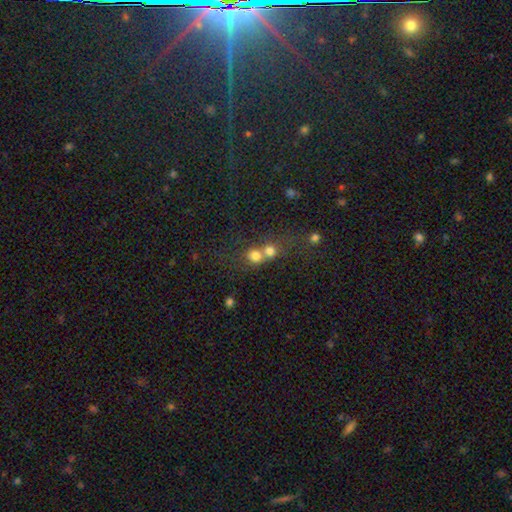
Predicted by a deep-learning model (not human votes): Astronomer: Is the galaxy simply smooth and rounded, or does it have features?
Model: smooth — 74%.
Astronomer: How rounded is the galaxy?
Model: round — 82%.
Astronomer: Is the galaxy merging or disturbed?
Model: merger — 61%.